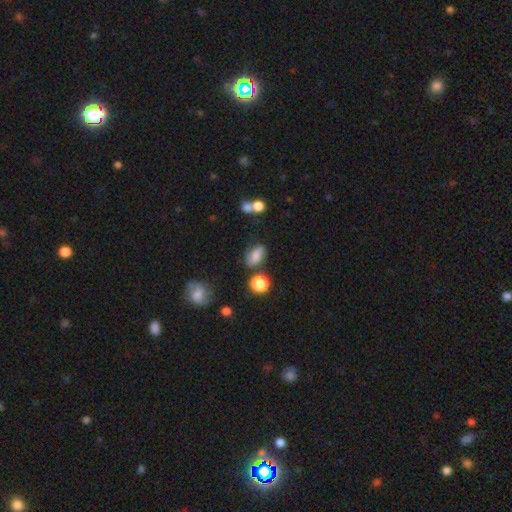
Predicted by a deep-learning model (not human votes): smooth-or-featured: smooth: 63% | featured or disk: 23% | star or artifact: 13%
  how-rounded: in between: 84% | round: 13% | cigar-shaped: 3%
  merging: none: 61% | minor disturbance: 23% | major disturbance: 8% | merger: 7%